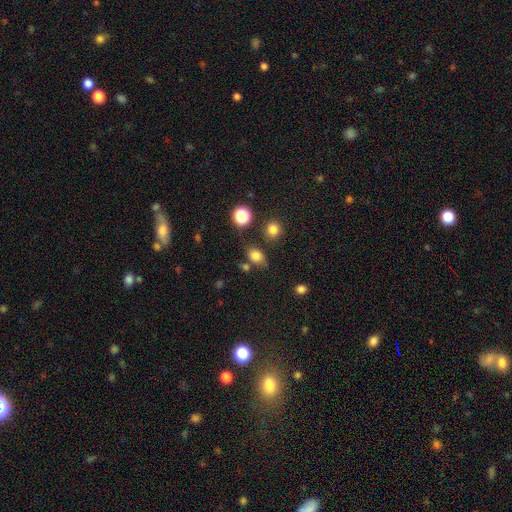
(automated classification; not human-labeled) Overall: smooth (79%). How rounded: in between (65%; round 33%). Merging: none (69%).